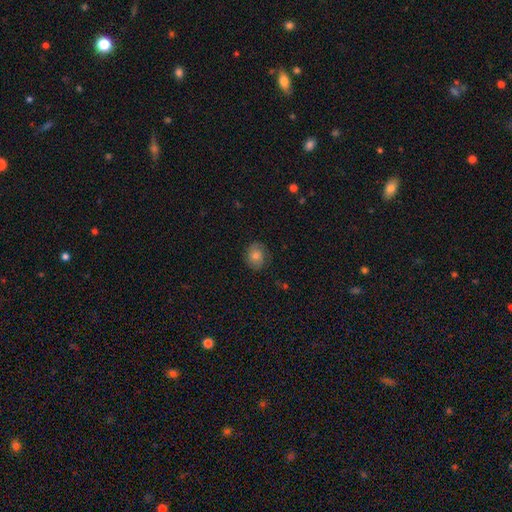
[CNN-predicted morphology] A smooth galaxy with no disk features (61%) that is round (57%). Merging: none (78%).